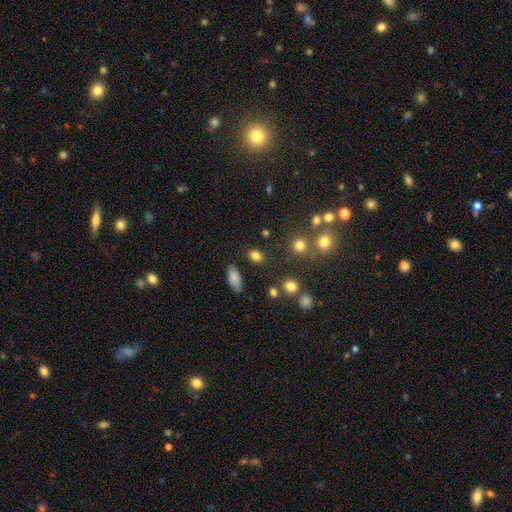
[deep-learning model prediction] smooth 81%, star or artifact 13%, featured or disk 6%. Down the decision tree: how rounded — in between (60%); merging — none (80%).